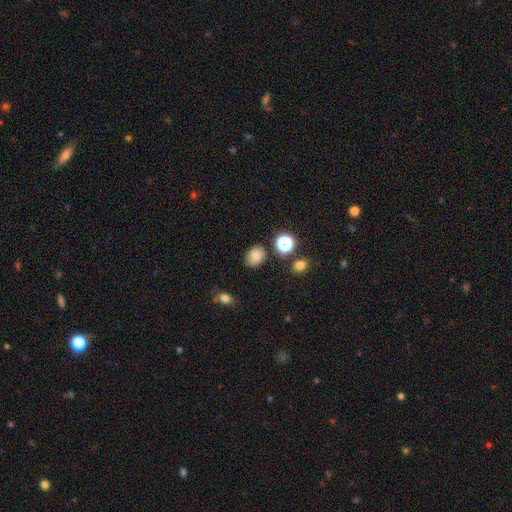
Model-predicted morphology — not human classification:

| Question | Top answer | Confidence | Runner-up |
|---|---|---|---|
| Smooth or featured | smooth | 75% | star or artifact (15%) |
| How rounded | in between | 57% | round (42%) |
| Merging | none | 77% | minor disturbance (15%) |